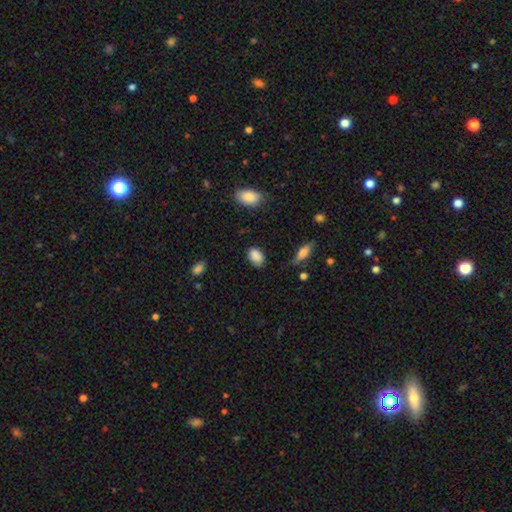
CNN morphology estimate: A smooth galaxy with no disk features (86%) that is in between round and cigar-shaped (83%).

Vote fractions:
- Smooth or featured? smooth: 86% / star or artifact: 8% / featured or disk: 6%
- How rounded? in between: 83% / round: 15% / cigar-shaped: 2%
- Merging? none: 71% / minor disturbance: 22% / major disturbance: 5% / merger: 2%